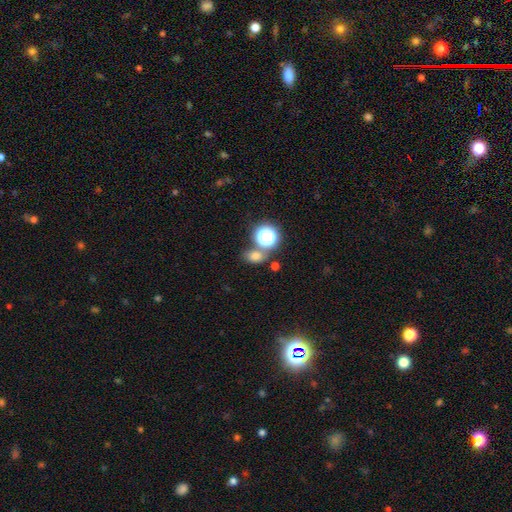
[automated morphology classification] This is likely a smooth galaxy (70%). How rounded: possibly in between (57%). Merging: likely none (66%).